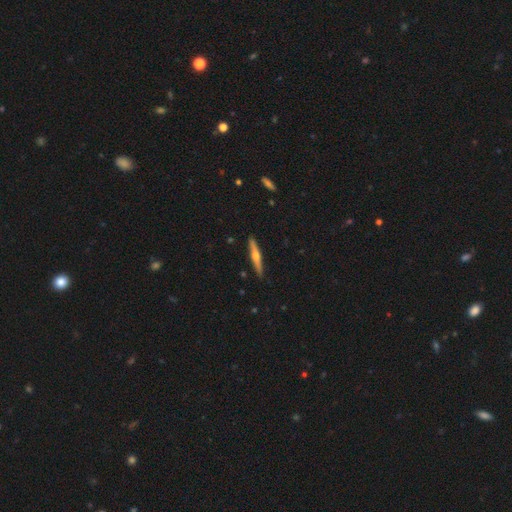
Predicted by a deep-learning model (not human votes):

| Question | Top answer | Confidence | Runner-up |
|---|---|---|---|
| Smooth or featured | featured or disk | 61% | smooth (33%) |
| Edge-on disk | yes | 97% | no (3%) |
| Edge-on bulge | rounded | 90% | none (7%) |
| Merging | none | 90% | minor disturbance (7%) |